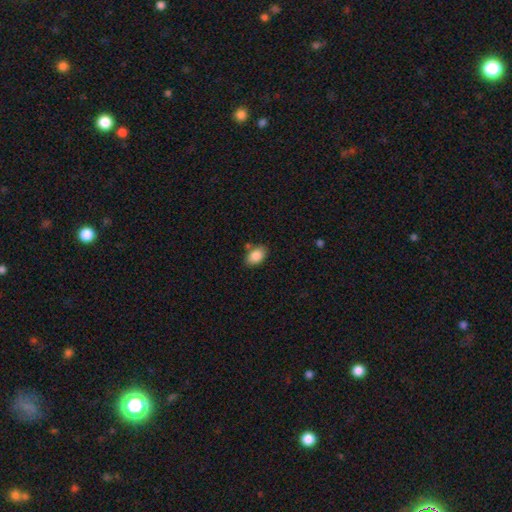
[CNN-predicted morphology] type=smooth (87%); roundness=in between (87%); merging=none (75%).